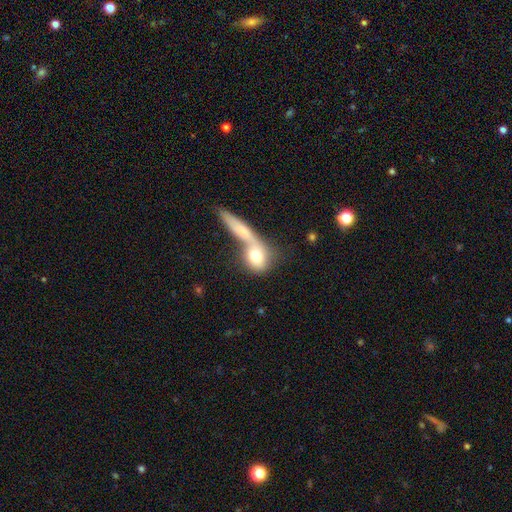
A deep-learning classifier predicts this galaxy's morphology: Smooth or featured: smooth — 72% (featured or disk — 20%)
How rounded: round — 53% (in between — 34%)
Merging: merger — 51% (none — 31%)